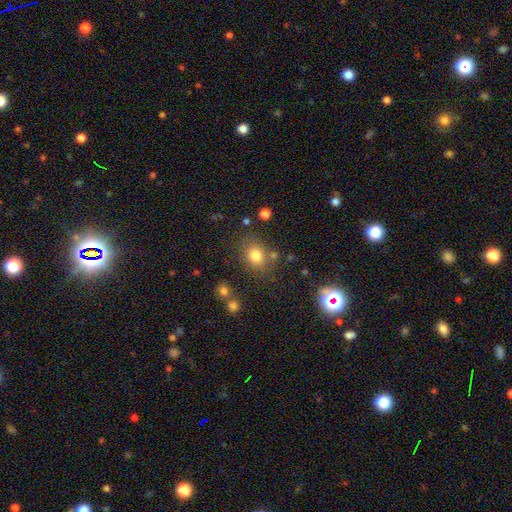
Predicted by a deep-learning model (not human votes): Overall: smooth (78%). How rounded: round (59%; in between 40%). Merging: none (75%).